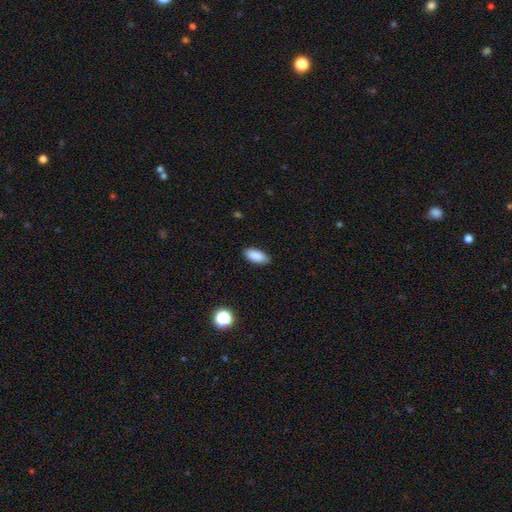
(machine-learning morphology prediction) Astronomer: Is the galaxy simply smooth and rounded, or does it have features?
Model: smooth — 89%.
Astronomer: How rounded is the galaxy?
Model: in between — 88%.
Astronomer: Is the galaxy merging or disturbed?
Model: none — 87%.